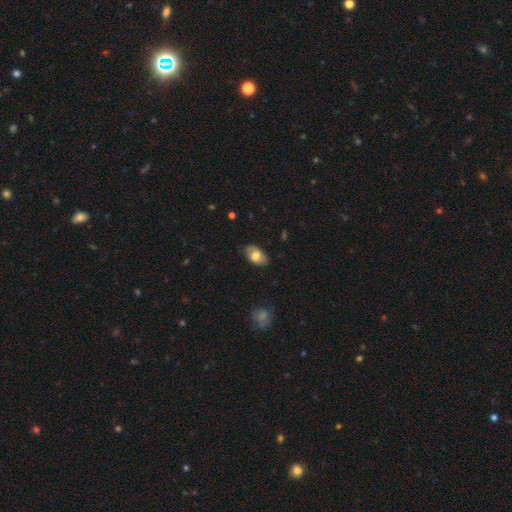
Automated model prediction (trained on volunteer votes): Q: Smooth or featured?
A: smooth (69%); runner-up: featured or disk (24%)
Q: How rounded?
A: in between (92%); runner-up: round (7%)
Q: Merging?
A: none (79%); runner-up: minor disturbance (16%)